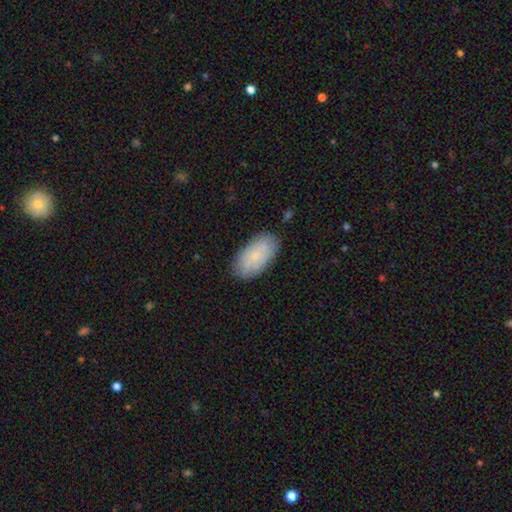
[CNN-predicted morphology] The model was most divided on "smooth or featured": smooth: 73%, featured or disk: 20%, star or artifact: 7%. More confident: how rounded — in between (94%); merging — none (82%).